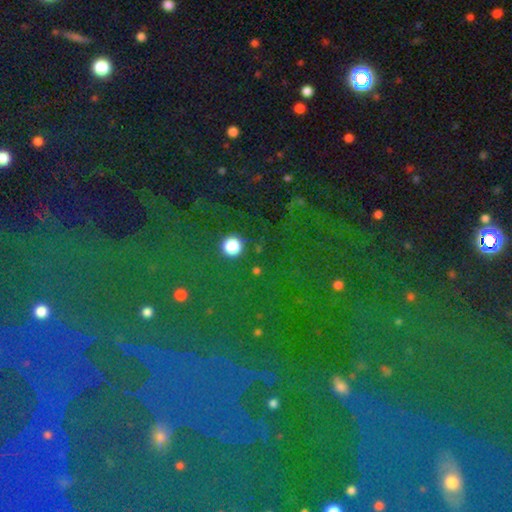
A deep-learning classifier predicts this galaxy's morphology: Smooth or featured? Predicted: star or artifact (p=0.73).